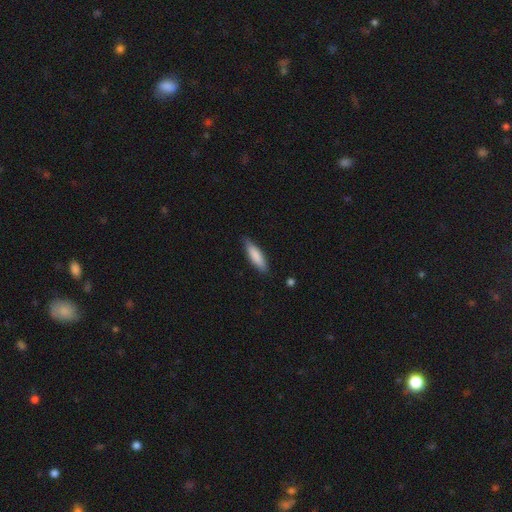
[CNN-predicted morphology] type=smooth (81%); roundness=cigar-shaped (63%); merging=none (82%).